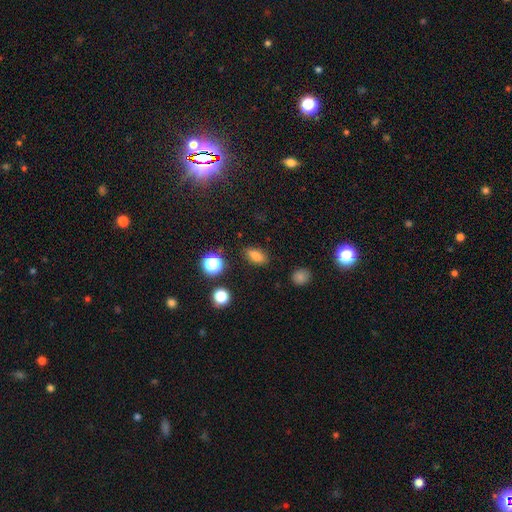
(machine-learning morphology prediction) This is likely a smooth galaxy (77%). How rounded: clearly in between (83%). Merging: clearly none (86%).